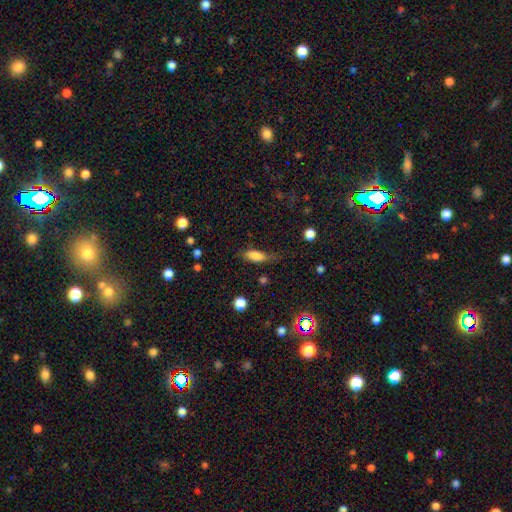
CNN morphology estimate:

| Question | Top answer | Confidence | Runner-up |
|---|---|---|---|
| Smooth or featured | smooth | 79% | featured or disk (12%) |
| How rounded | in between | 74% | cigar-shaped (22%) |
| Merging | none | 55% | minor disturbance (30%) |